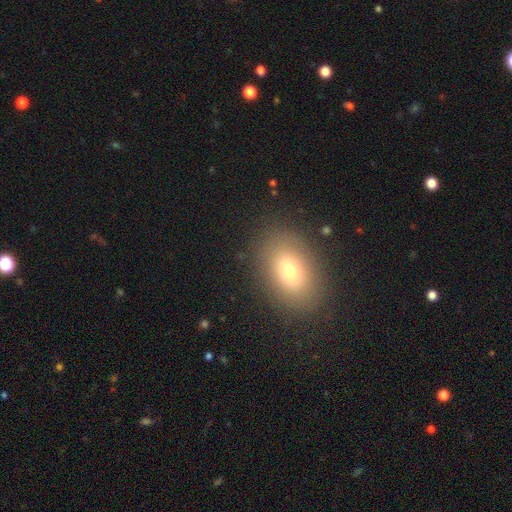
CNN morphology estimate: smooth-or-featured: smooth: 73% | star or artifact: 17% | featured or disk: 10%
  how-rounded: in between: 80% | round: 18% | cigar-shaped: 2%
  merging: none: 89% | minor disturbance: 7% | major disturbance: 2% | merger: 1%